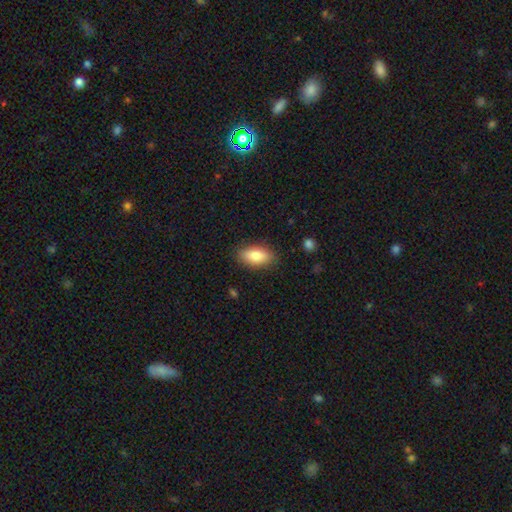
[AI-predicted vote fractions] This is clearly a smooth galaxy (82%). How rounded: clearly in between (88%). Merging: clearly none (85%).